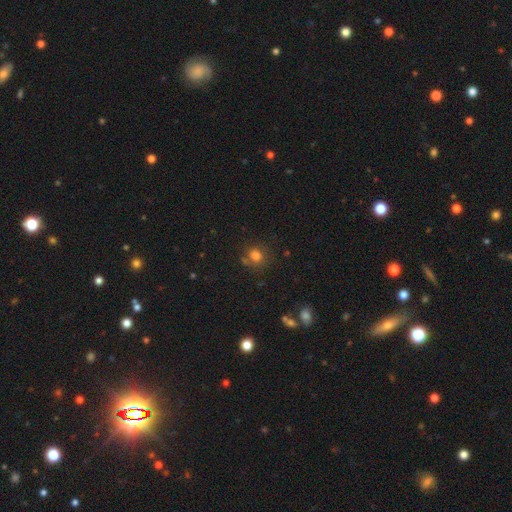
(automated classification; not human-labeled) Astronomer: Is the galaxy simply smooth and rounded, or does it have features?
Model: smooth — 78%.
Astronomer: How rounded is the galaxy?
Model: round — 79%.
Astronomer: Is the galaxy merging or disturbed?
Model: none — 69%.